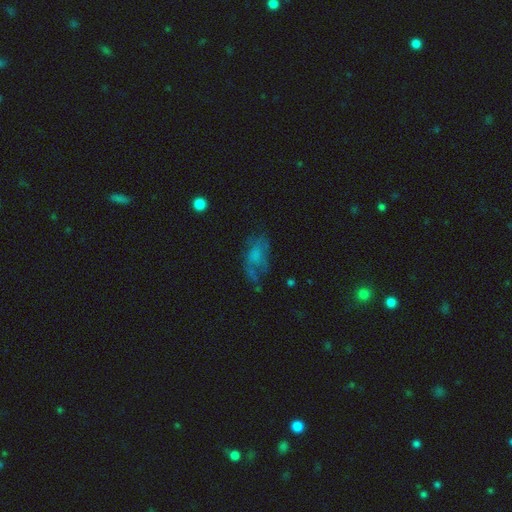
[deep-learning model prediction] The model was most divided on "smooth or featured": smooth: 44%, featured or disk: 41%, star or artifact: 15%. Remaining: merging — none (43%).